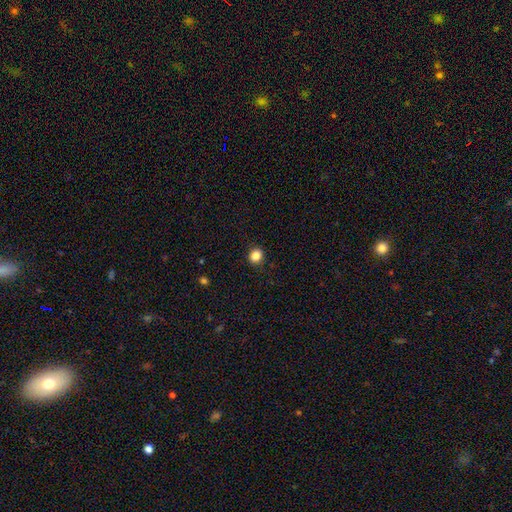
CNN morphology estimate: This appears to be a smooth galaxy with no disk features (86%) that is round (76%). Merging: none (90%).